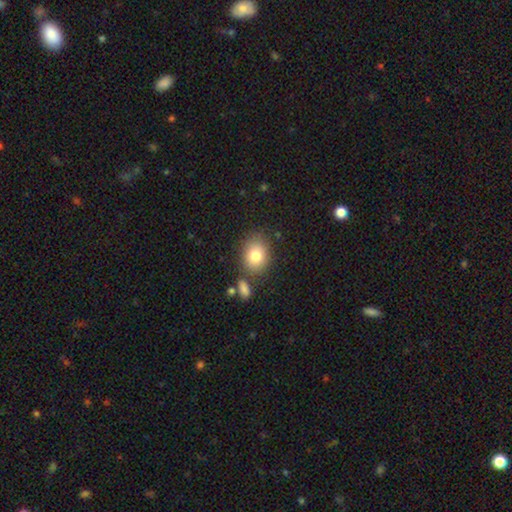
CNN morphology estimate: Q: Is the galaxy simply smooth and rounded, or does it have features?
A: smooth — 81%.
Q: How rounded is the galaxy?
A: round — 50%.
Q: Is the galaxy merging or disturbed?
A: none — 75%.